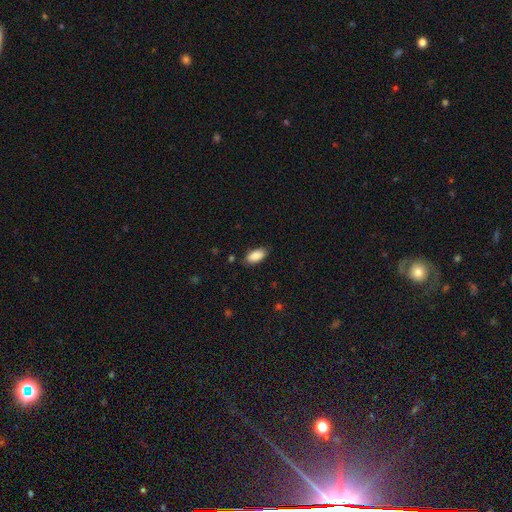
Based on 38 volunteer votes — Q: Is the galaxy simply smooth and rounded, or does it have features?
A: smooth — 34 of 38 (89%).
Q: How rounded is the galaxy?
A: in between — 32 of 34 (94%).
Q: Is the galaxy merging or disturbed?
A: none — 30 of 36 (83%).